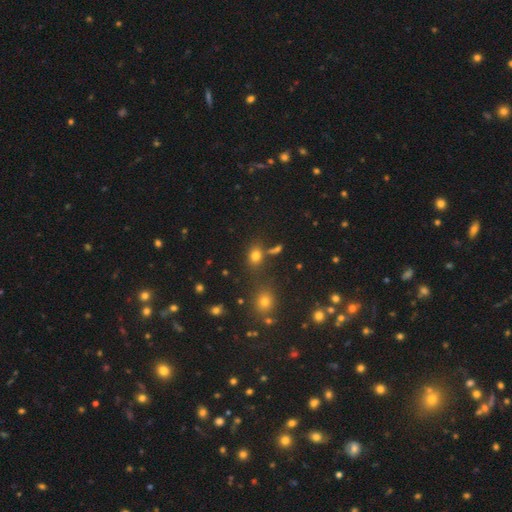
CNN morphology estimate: Smooth or featured?
  - smooth: 75% *
  - star or artifact: 17%
  - featured or disk: 8%
How rounded?
  - in between: 53% *
  - round: 46%
  - cigar-shaped: 2%
Merging?
  - none: 68% *
  - merger: 14%
  - minor disturbance: 13%
  - major disturbance: 6%